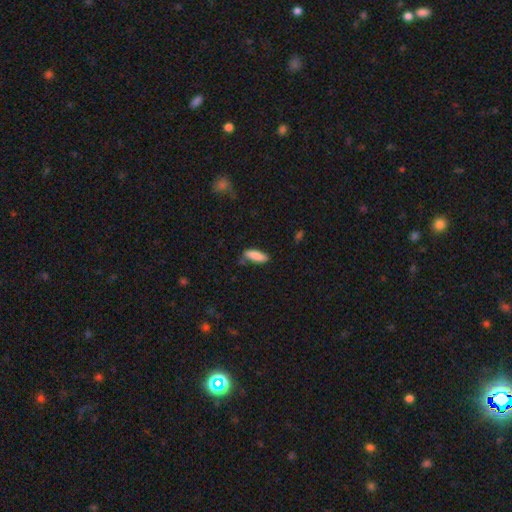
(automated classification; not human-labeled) Smooth or featured?
  - smooth: 86% *
  - featured or disk: 8%
  - star or artifact: 6%
How rounded?
  - in between: 57% *
  - cigar-shaped: 41%
  - round: 2%
Merging?
  - none: 72% *
  - minor disturbance: 20%
  - merger: 4%
  - major disturbance: 4%